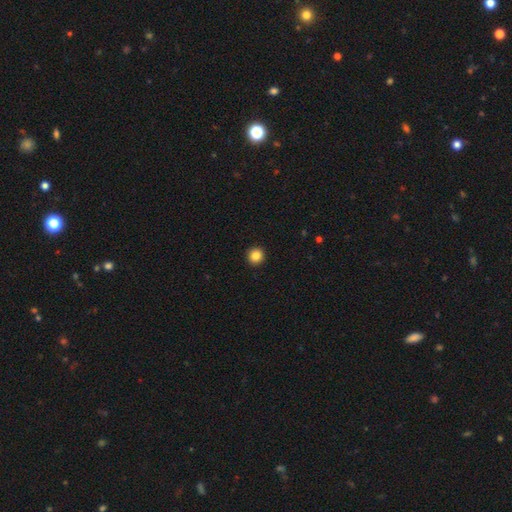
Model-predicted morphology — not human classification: smooth 86%, star or artifact 10%, featured or disk 4%. Down the decision tree: how rounded — round (95%); merging — none (94%).